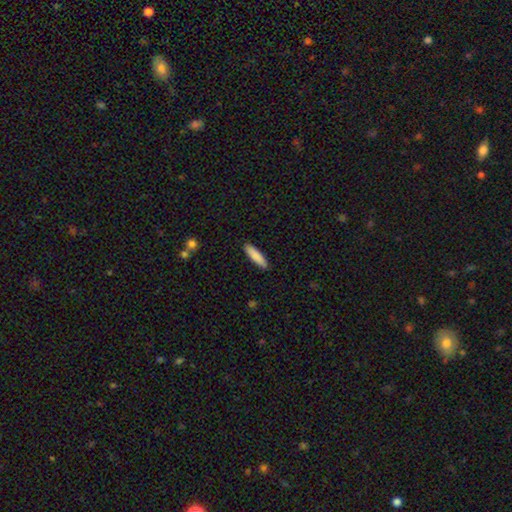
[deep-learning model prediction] This is clearly a smooth galaxy (86%). How rounded: likely cigar-shaped (73%). Merging: clearly none (90%).